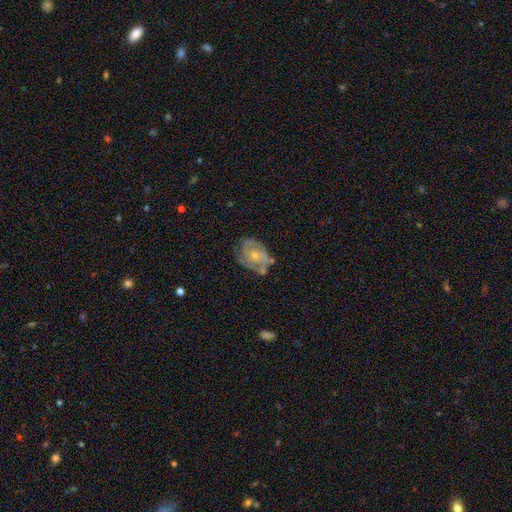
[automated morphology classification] type=featured or disk (75%); edge-on=no (97%); bar=no (76%); spiral arms=yes (86%); winding=tight (57%); arm count=2 (32%); bulge=small (56%); merging=none (52%).